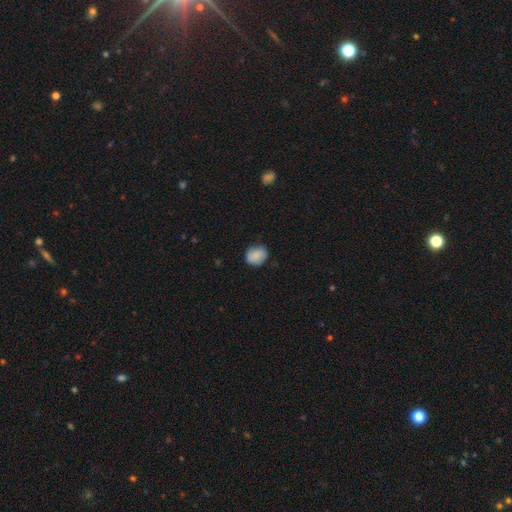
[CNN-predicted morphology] Overall: smooth (83%). How rounded: round (61%; in between 38%). Merging: none (73%).